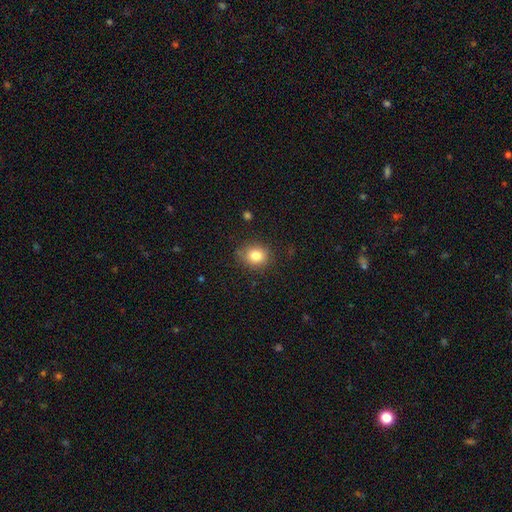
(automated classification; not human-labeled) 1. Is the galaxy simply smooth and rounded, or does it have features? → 82% smooth, 11% star or artifact, 7% featured or disk.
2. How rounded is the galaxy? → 70% round, 29% in between, 1% cigar-shaped.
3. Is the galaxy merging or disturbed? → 83% none, 12% minor disturbance, 3% major disturbance, 1% merger.